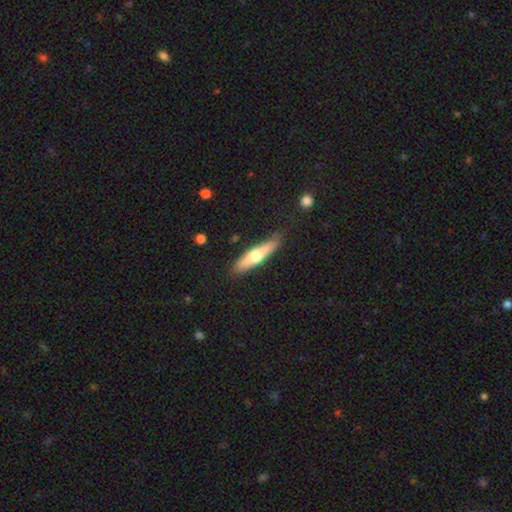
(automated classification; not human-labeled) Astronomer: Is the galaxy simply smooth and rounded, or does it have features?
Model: smooth — 54% (runner-up: featured or disk, 41%).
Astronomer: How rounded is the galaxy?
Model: cigar-shaped — 78%.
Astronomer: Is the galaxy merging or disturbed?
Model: none — 82%.